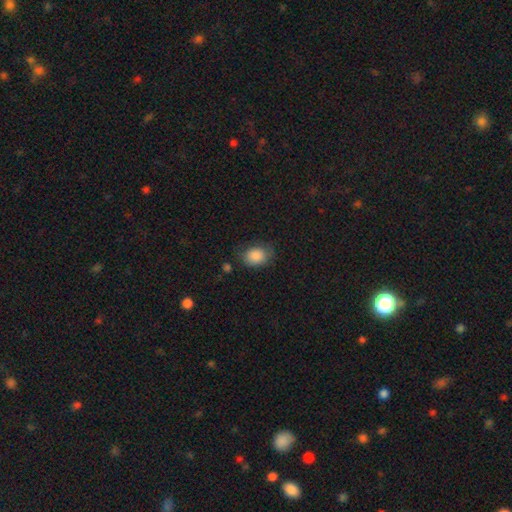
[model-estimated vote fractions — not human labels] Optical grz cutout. It shows a smooth galaxy with no disk features (86%) that is in between round and cigar-shaped (64%). Merging: none (66%).